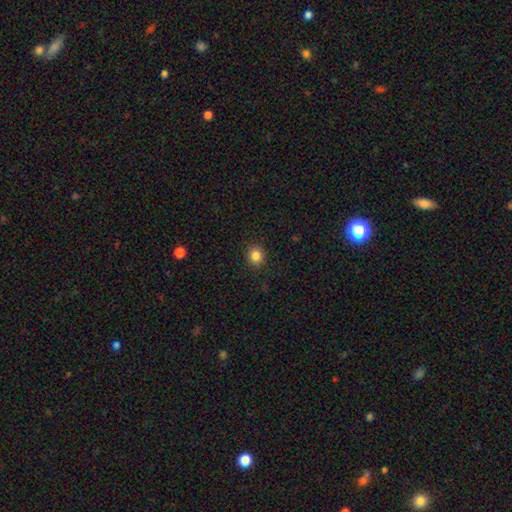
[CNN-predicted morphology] type=smooth (85%); roundness=round (86%); merging=none (91%).